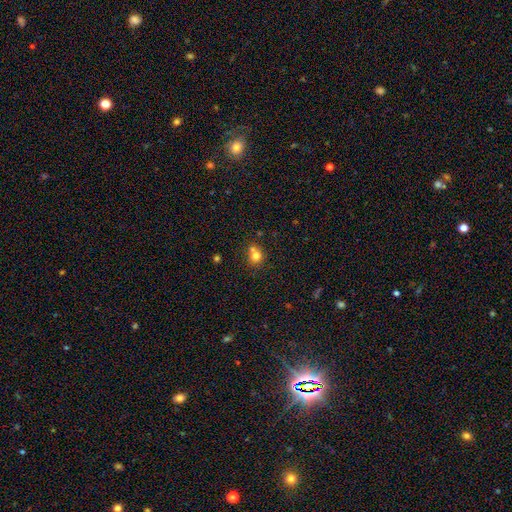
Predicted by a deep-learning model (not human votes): Smooth or featured? smooth (76%)
How rounded? round (81%)
Merging? none (47%)